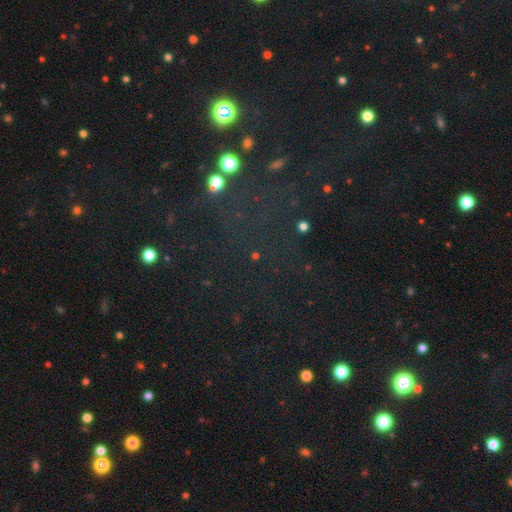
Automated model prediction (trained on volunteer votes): Smooth or featured: star or artifact — 64% (smooth — 27%)